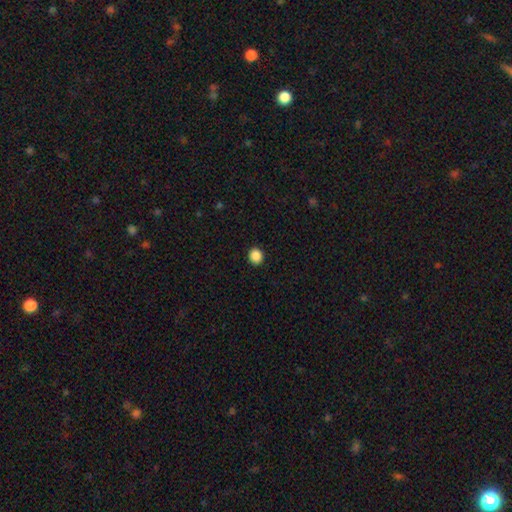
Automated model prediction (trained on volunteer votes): Overall: smooth (88%). How rounded: round (80%). Merging: none (92%).